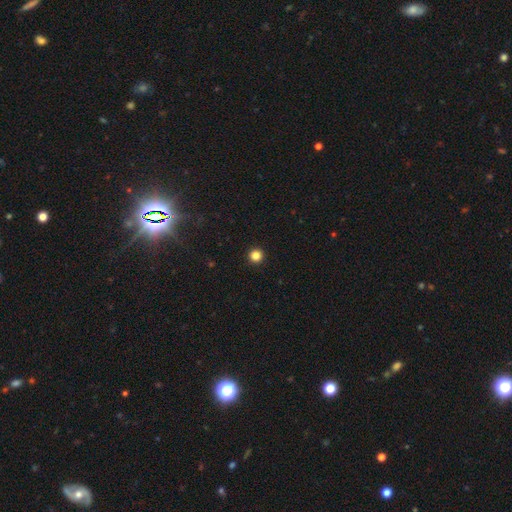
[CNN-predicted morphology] type=smooth (84%); roundness=round (96%); merging=none (94%).